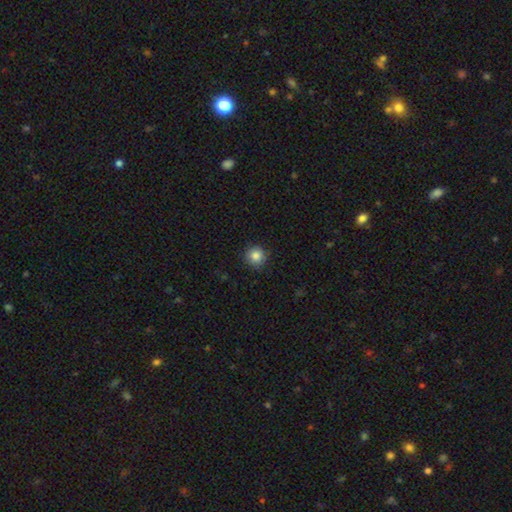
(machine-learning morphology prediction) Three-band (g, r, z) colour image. It shows a smooth galaxy with no disk features (85%) that is round (94%). Merging: none (88%).